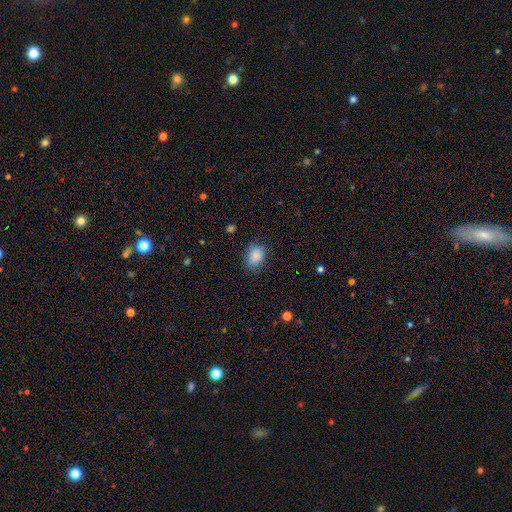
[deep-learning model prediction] A smooth galaxy with no disk features (87%) that is in between round and cigar-shaped (71%).

Vote fractions:
- Smooth or featured? smooth: 87% / star or artifact: 8% / featured or disk: 5%
- How rounded? in between: 71% / round: 28% / cigar-shaped: 1%
- Merging? none: 79% / minor disturbance: 16% / major disturbance: 4% / merger: 1%